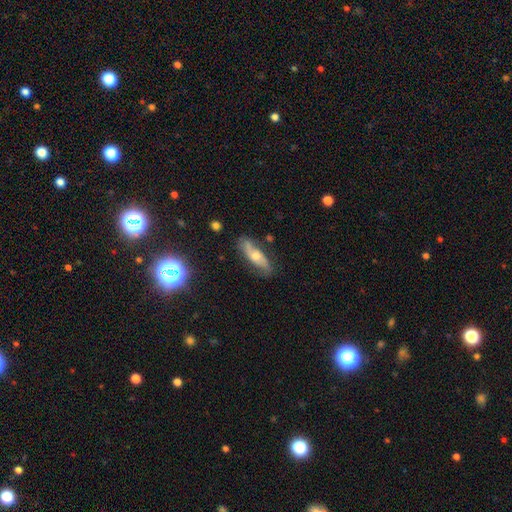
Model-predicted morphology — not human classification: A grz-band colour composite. It shows a featured or disk galaxy (59%). Merging: none (75%).